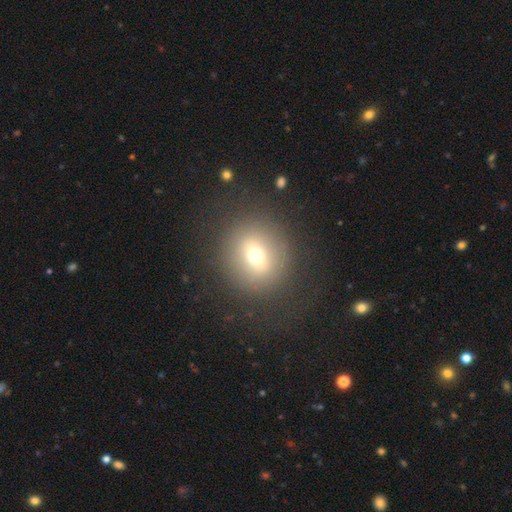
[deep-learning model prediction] Smooth or featured? smooth (63%)
How rounded? round (84%)
Merging? none (82%)